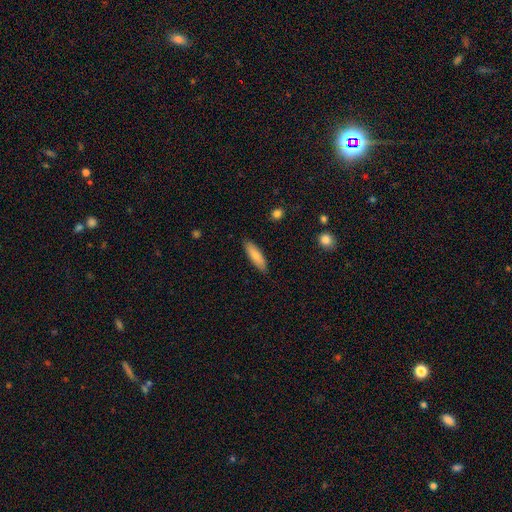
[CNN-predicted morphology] type=smooth (79%); roundness=cigar-shaped (58%); merging=none (87%).